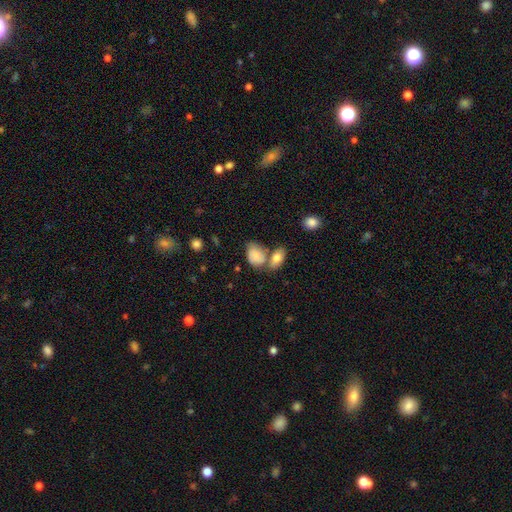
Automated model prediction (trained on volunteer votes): A smooth galaxy with no disk features (80%) that is in between round and cigar-shaped (81%). Merging: none (36%).